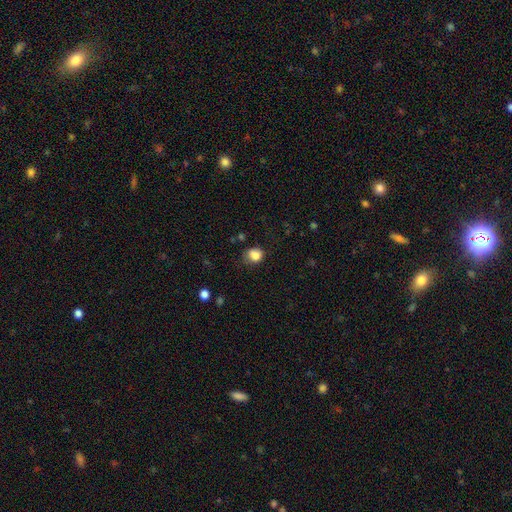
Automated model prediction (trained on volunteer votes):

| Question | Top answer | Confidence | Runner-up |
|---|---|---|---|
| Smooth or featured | smooth | 83% | star or artifact (10%) |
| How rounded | round | 64% | in between (36%) |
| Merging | none | 57% | minor disturbance (30%) |